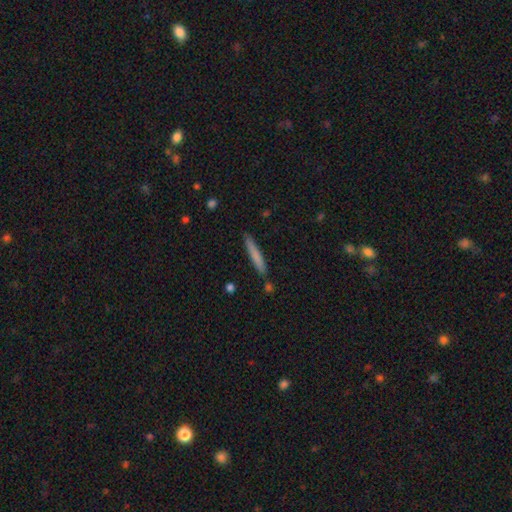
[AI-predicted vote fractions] Smooth or featured?
  - smooth: 73% *
  - featured or disk: 21%
  - star or artifact: 6%
How rounded?
  - cigar-shaped: 95% *
  - in between: 4%
  - round: 1%
Merging?
  - none: 85% *
  - minor disturbance: 10%
  - merger: 3%
  - major disturbance: 2%